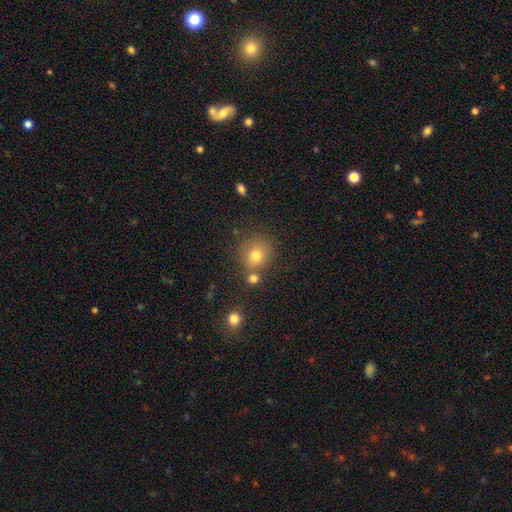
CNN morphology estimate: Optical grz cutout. It shows a smooth galaxy with no disk features (77%) that is round (85%). Merging: none (70%).